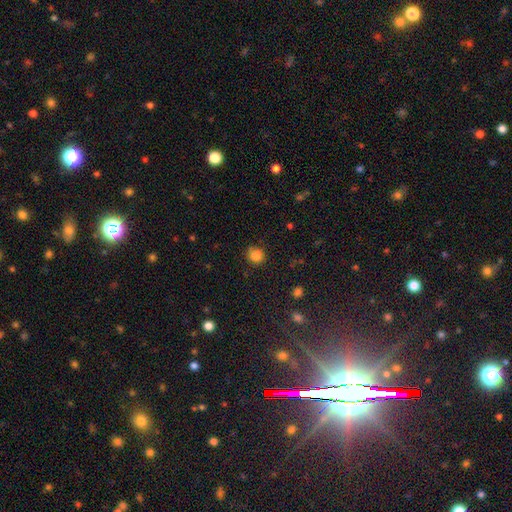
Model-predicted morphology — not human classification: A smooth galaxy with no disk features (83%) that is round (86%). Merging: none (82%).